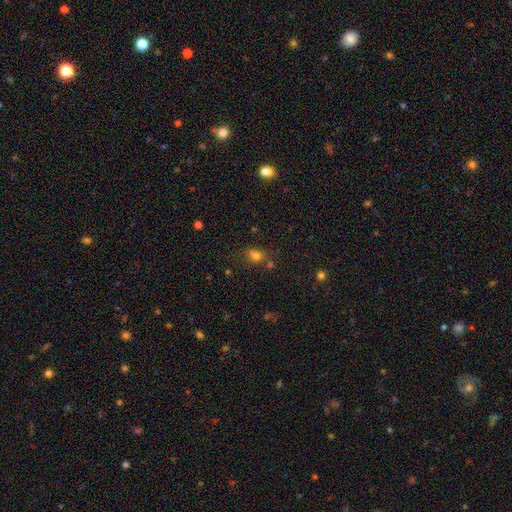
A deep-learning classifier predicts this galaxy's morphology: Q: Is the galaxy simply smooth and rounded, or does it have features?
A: smooth — 73%.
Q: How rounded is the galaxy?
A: round — 61%.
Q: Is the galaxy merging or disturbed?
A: none — 63%.